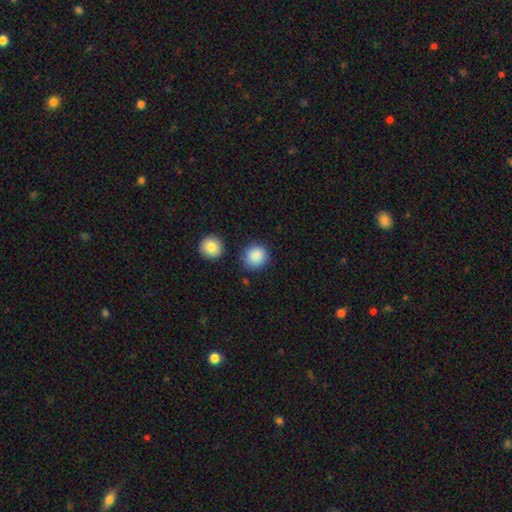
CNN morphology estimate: Smooth or featured: smooth — 88% (star or artifact — 8%)
How rounded: round — 90% (in between — 9%)
Merging: none — 83% (minor disturbance — 10%)